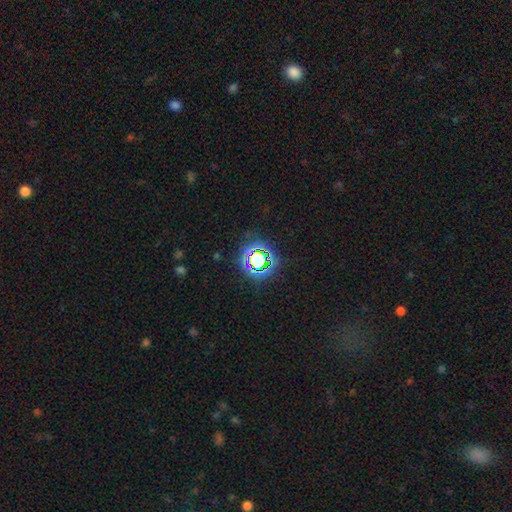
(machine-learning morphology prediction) The model was most divided on "smooth or featured": star or artifact: 74%, smooth: 16%, featured or disk: 10%.